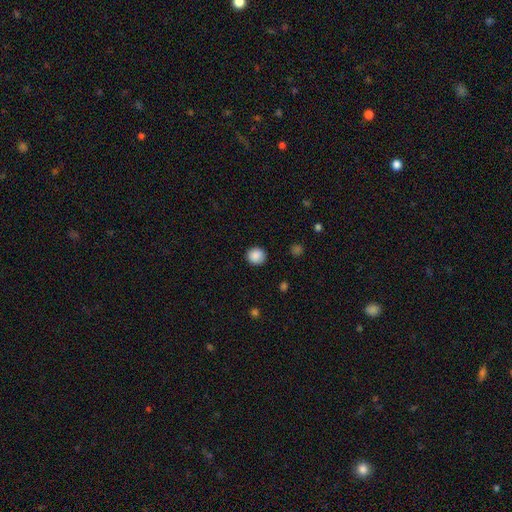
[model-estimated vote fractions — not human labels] This is clearly a smooth galaxy (88%). How rounded: clearly round (89%). Merging: clearly none (91%).